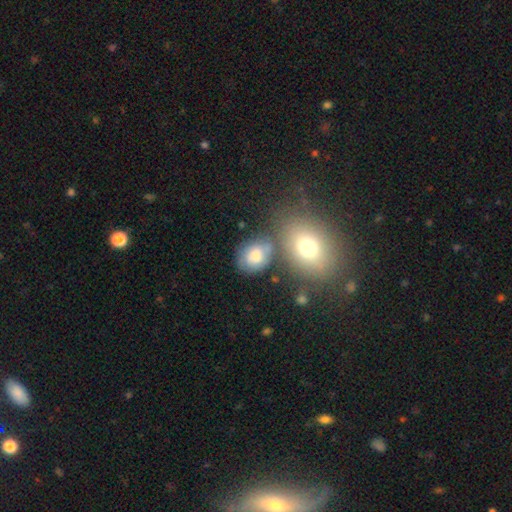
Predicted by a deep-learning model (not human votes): smooth-or-featured: smooth: 74% | featured or disk: 16% | star or artifact: 10%
  how-rounded: in between: 62% | round: 37% | cigar-shaped: 1%
  merging: none: 51% | merger: 20% | minor disturbance: 20% | major disturbance: 9%